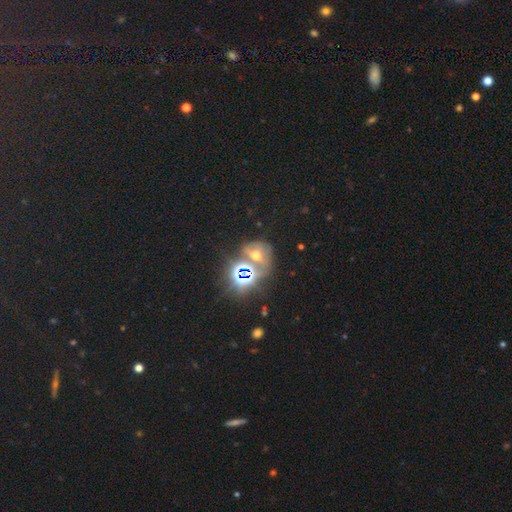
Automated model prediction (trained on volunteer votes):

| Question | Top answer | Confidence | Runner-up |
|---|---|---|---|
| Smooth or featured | star or artifact | 45% | smooth (33%) |